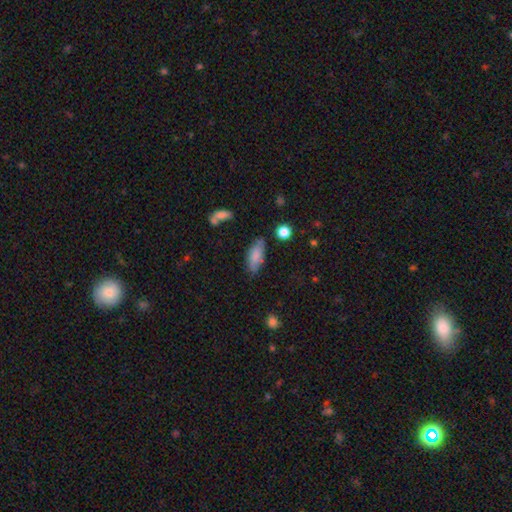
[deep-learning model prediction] smooth_or_featured: smooth (p=0.77) [alt: featured or disk p=0.16]
how_rounded: in between (p=0.83) [alt: cigar-shaped p=0.14]
merging: none (p=0.67) [alt: minor disturbance p=0.23]